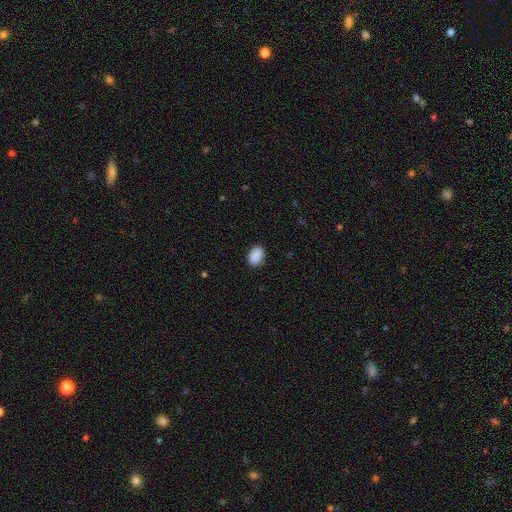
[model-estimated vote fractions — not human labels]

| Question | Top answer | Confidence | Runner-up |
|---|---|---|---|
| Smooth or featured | smooth | 90% | star or artifact (7%) |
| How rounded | in between | 85% | round (14%) |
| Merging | none | 87% | minor disturbance (10%) |